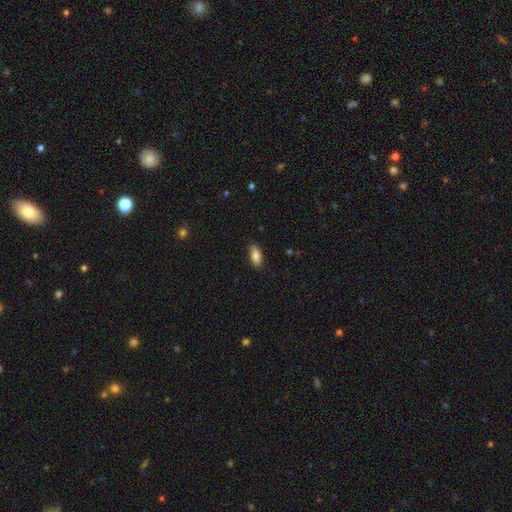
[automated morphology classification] A smooth galaxy with no disk features (86%) that is in between round and cigar-shaped (84%).

Vote fractions:
- Smooth or featured? smooth: 86% / featured or disk: 7% / star or artifact: 7%
- How rounded? in between: 84% / cigar-shaped: 13% / round: 2%
- Merging? none: 86% / minor disturbance: 11% / major disturbance: 2% / merger: 1%